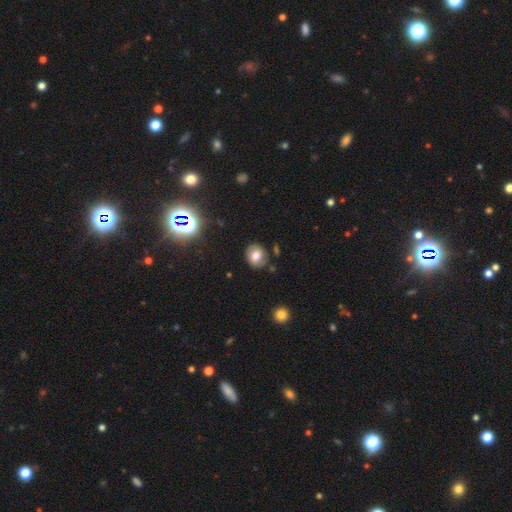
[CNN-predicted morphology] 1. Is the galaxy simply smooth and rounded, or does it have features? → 73% smooth, 14% featured or disk, 13% star or artifact.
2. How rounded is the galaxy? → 70% round, 29% in between, 1% cigar-shaped.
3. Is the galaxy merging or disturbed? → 81% none, 13% minor disturbance, 3% merger, 3% major disturbance.